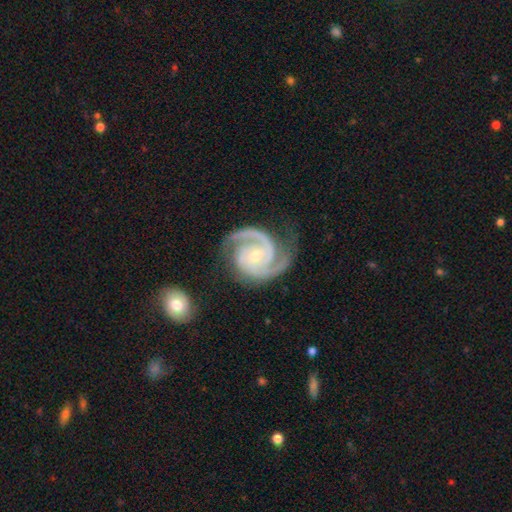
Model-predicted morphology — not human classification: The model was most divided on "spiral winding": tight: 54%, medium: 42%, loose: 4%. More confident: spiral arms — yes (99%); edge-on disk — no (98%); smooth or featured — featured or disk (94%); spiral arm count — 2 (79%); merging — none (74%); bulge size — small (63%); bar — no (57%).